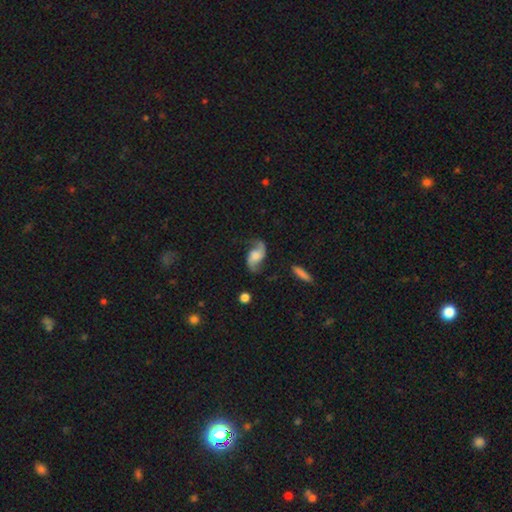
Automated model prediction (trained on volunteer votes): Smooth or featured? Predicted: featured or disk (p=0.77). Edge-on disk? Predicted: no (p=0.96). Bar? Predicted: no (p=0.57). Spiral arms? Predicted: yes (p=0.95). Spiral winding? Predicted: loose (p=0.74). Spiral arm count? Predicted: 2 (p=0.92). Bulge size? Predicted: none (p=0.31). Merging? Predicted: none (p=0.70).